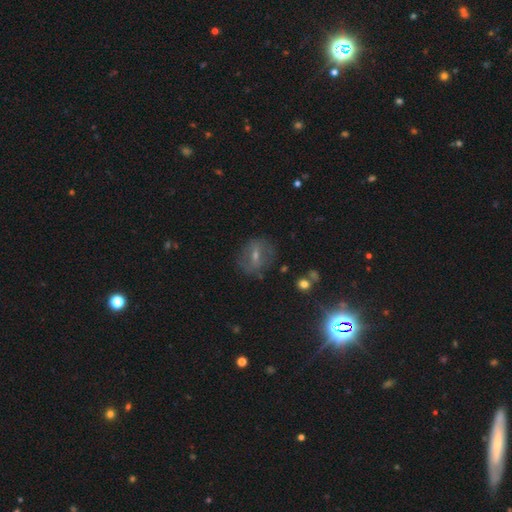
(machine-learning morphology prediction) featured or disk 51%, smooth 34%, star or artifact 15%. Down the decision tree: edge-on disk — no (88%); merging — none (72%).